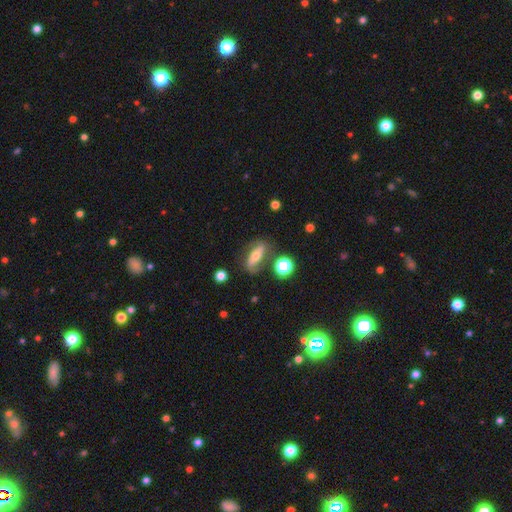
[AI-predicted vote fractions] Smooth or featured?
  - featured or disk: 57% *
  - smooth: 33%
  - star or artifact: 10%
Edge-on disk?
  - no: 74% *
  - yes: 26%
Merging?
  - none: 67% *
  - minor disturbance: 18%
  - major disturbance: 9%
  - merger: 6%